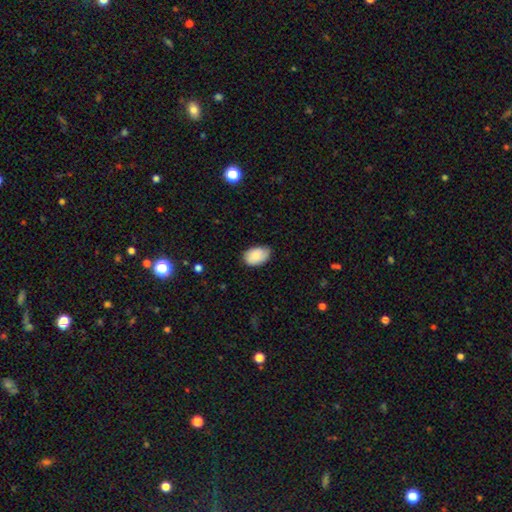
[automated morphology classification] Smooth or featured?
  - smooth: 82% *
  - featured or disk: 12%
  - star or artifact: 6%
How rounded?
  - in between: 88% *
  - round: 11%
  - cigar-shaped: 1%
Merging?
  - none: 71% *
  - minor disturbance: 25%
  - major disturbance: 4%
  - merger: 1%